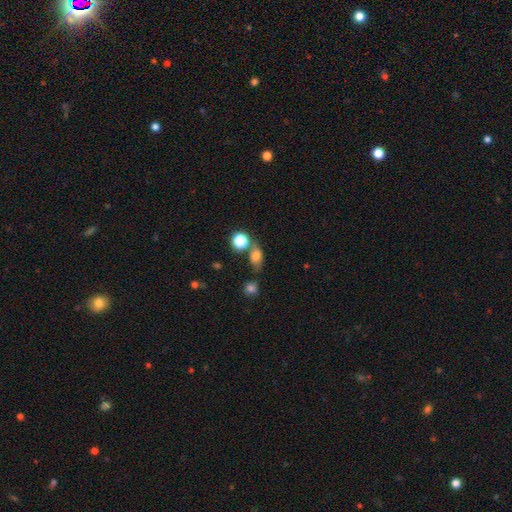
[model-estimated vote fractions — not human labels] Smooth or featured: smooth — 71% (star or artifact — 16%)
How rounded: in between — 69% (round — 26%)
Merging: none — 55% (merger — 19%)